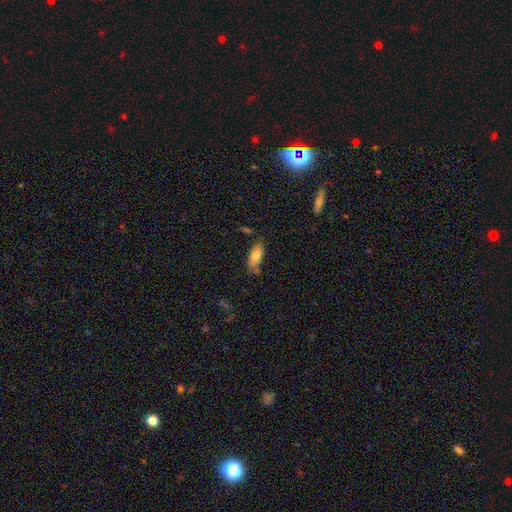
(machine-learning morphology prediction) A smooth galaxy with no disk features (77%) that is in between round and cigar-shaped (81%). Merging: none (68%).